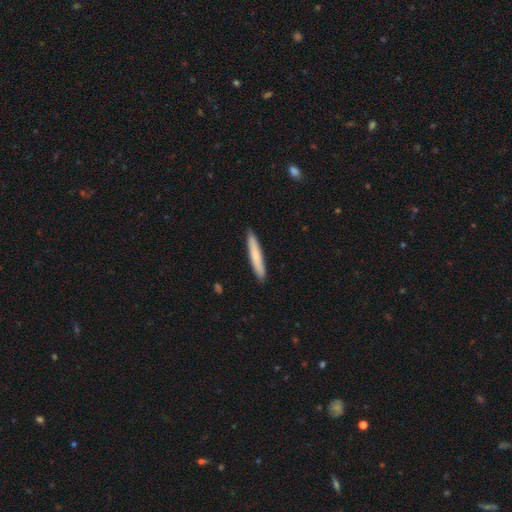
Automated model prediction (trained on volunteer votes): Q: Smooth or featured?
A: smooth (74%); runner-up: featured or disk (21%)
Q: How rounded?
A: cigar-shaped (95%); runner-up: in between (4%)
Q: Merging?
A: none (91%); runner-up: minor disturbance (7%)